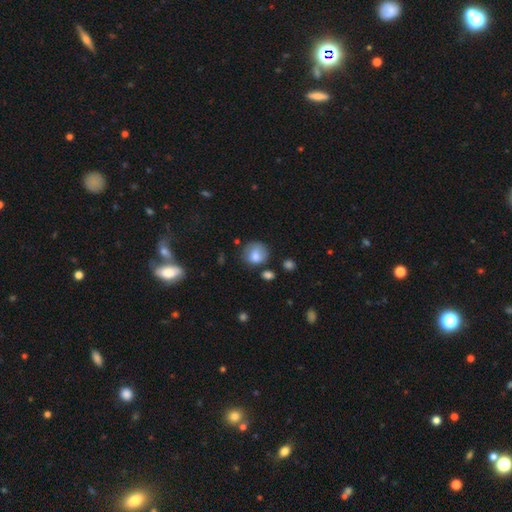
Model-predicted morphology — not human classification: smooth 80%, featured or disk 11%, star or artifact 9%. Down the decision tree: how rounded — round (82%); merging — none (66%).